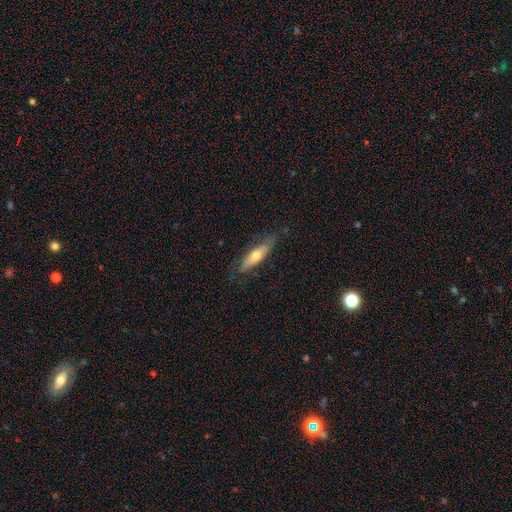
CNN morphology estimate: smooth 54%, featured or disk 40%, star or artifact 6%. Down the decision tree: how rounded — cigar-shaped (66%); merging — none (74%).